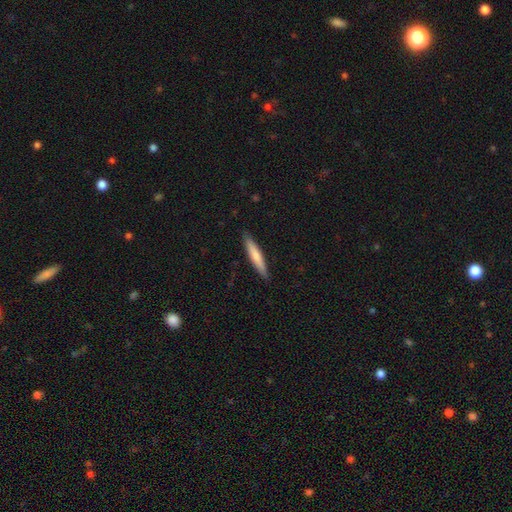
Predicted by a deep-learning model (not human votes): Smooth or featured? Predicted: smooth (p=0.69). How rounded? Predicted: cigar-shaped (p=0.92). Merging? Predicted: none (p=0.89).